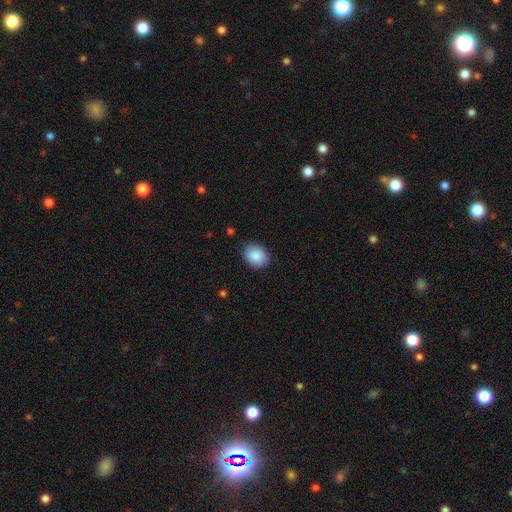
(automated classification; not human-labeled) Q: Smooth or featured?
A: smooth (89%); runner-up: star or artifact (7%)
Q: How rounded?
A: in between (50%); runner-up: round (49%)
Q: Merging?
A: none (84%); runner-up: minor disturbance (12%)